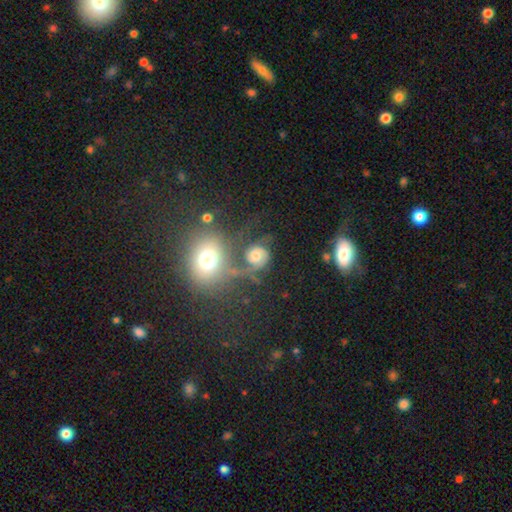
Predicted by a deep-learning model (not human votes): Smooth or featured: featured or disk — 64% (smooth — 24%)
Edge-on disk: no — 97% (yes — 3%)
Bar: no — 70% (weak — 24%)
Spiral arms: yes — 87% (no — 13%)
Spiral winding: medium — 48% (loose — 27%)
Spiral arm count: 2 — 77% (1 — 12%)
Bulge size: moderate — 57% (large — 19%)
Merging: none — 42% (merger — 21%)